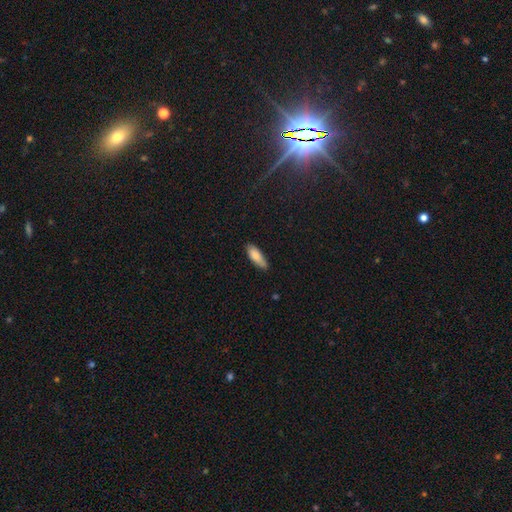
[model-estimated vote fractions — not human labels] The model was most divided on "how rounded": in between: 60%, cigar-shaped: 38%, round: 2%. More confident: smooth or featured — smooth (84%); merging — none (71%).